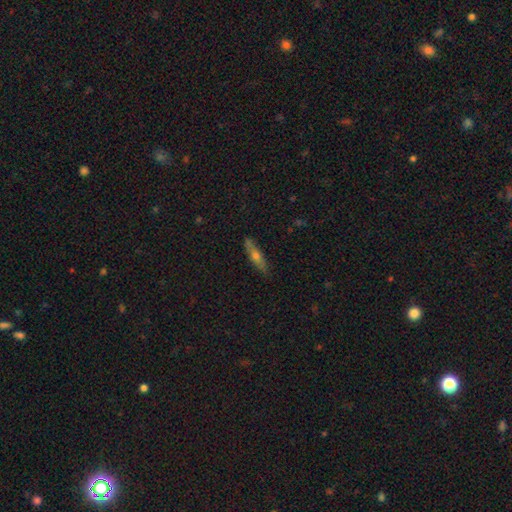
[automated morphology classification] type=smooth (47%); merging=none (82%).